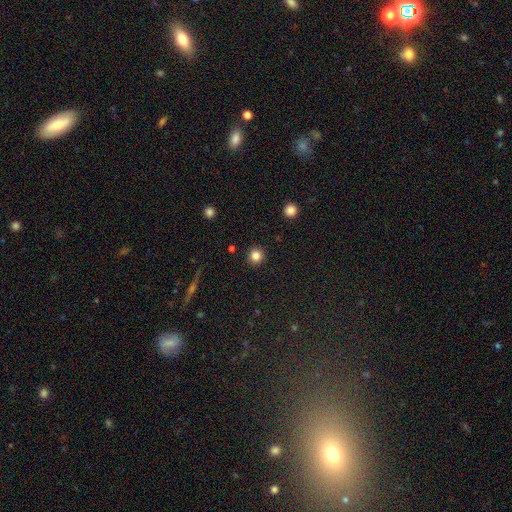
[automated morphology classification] The model was most divided on "smooth or featured": smooth: 83%, star or artifact: 12%, featured or disk: 5%. More confident: how rounded — round (94%); merging — none (92%).